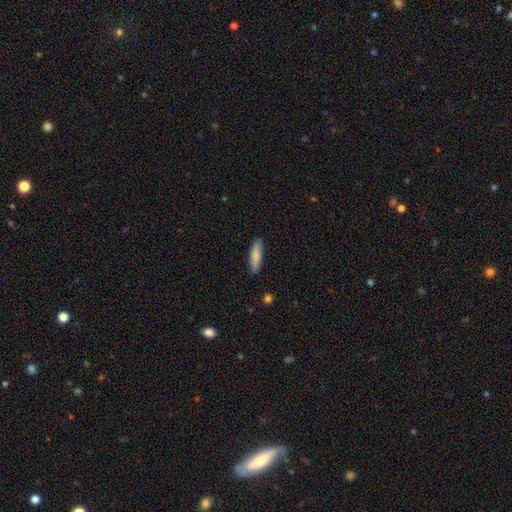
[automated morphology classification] This is clearly a smooth galaxy (86%). How rounded: likely cigar-shaped (66%). Merging: clearly none (85%).